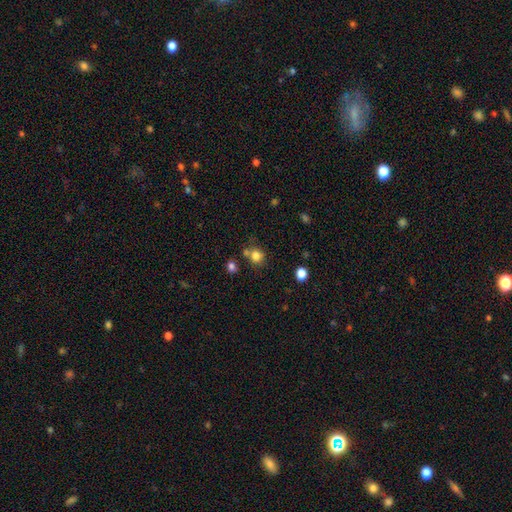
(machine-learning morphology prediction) Smooth or featured?
  - smooth: 80% *
  - star or artifact: 13%
  - featured or disk: 7%
How rounded?
  - round: 81% *
  - in between: 18%
  - cigar-shaped: 1%
Merging?
  - none: 62% *
  - merger: 21%
  - minor disturbance: 13%
  - major disturbance: 5%